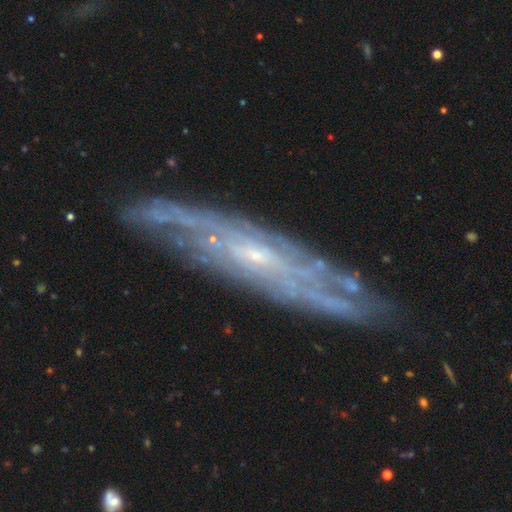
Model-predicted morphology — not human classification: featured or disk 82%, smooth 9%, star or artifact 9%. Down the decision tree: edge-on disk — no (64%); bar — no (62%); spiral arms — yes (93%); bulge size — small (79%); merging — none (81%).